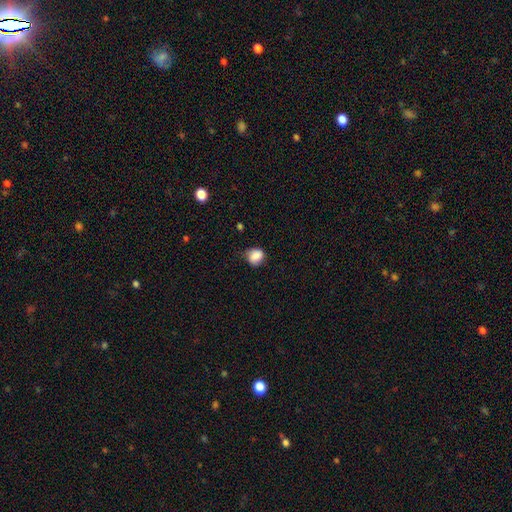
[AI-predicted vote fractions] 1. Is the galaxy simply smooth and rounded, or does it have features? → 86% smooth, 9% star or artifact, 5% featured or disk.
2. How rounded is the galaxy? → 69% round, 31% in between, 1% cigar-shaped.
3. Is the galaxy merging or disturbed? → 63% none, 29% minor disturbance, 6% major disturbance, 1% merger.